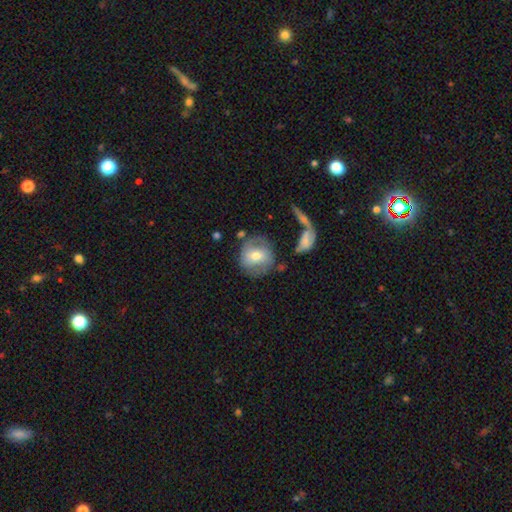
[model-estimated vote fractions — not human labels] Morphology: type=smooth (50%); roundness=round (82%); merging=none (62%).